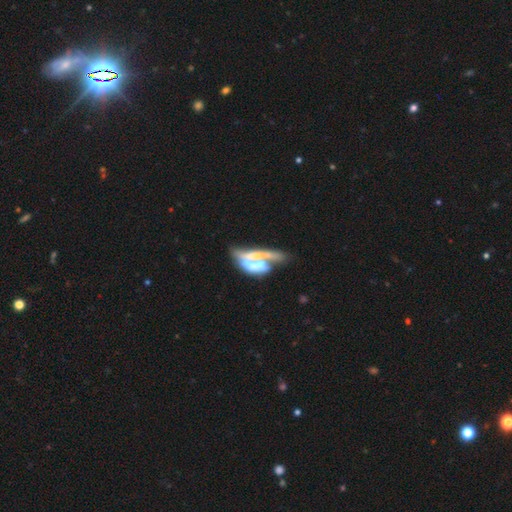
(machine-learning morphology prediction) featured or disk 57%, smooth 34%, star or artifact 9%. Down the decision tree: edge-on disk — no (81%); merging — merger (55%).